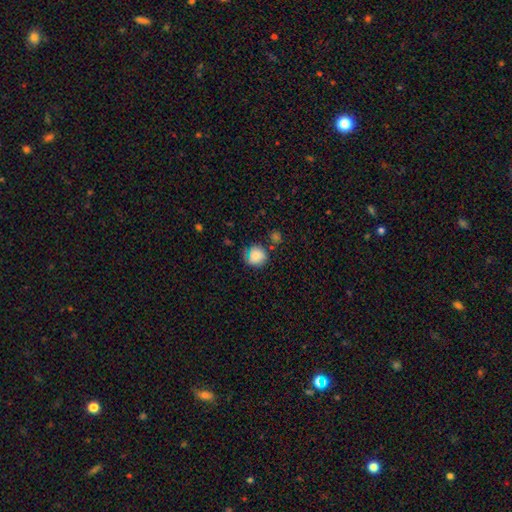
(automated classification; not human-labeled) A smooth galaxy with no disk features (77%) that is round (84%). Merging: none (67%).